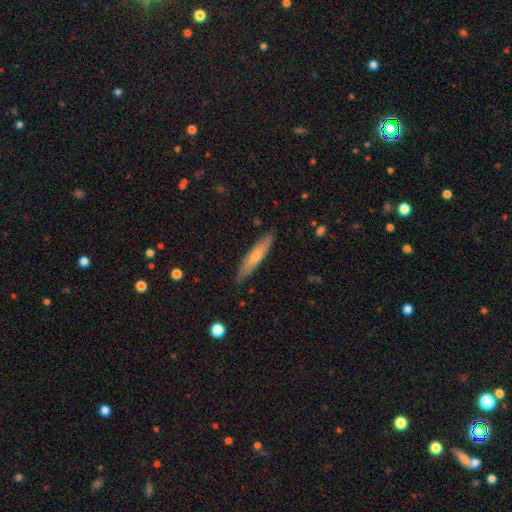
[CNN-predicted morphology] Smooth or featured?
  - smooth: 55% *
  - featured or disk: 39%
  - star or artifact: 6%
How rounded?
  - cigar-shaped: 86% *
  - in between: 12%
  - round: 1%
Merging?
  - none: 88% *
  - minor disturbance: 10%
  - major disturbance: 2%
  - merger: 1%